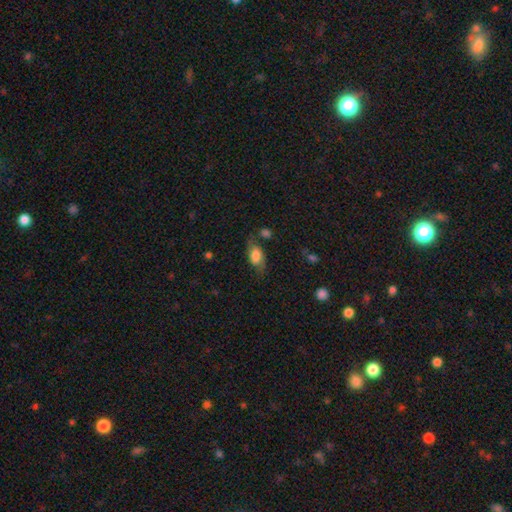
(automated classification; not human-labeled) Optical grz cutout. It shows a smooth galaxy with no disk features (66%) that is in between round and cigar-shaped (86%). Merging: none (60%).